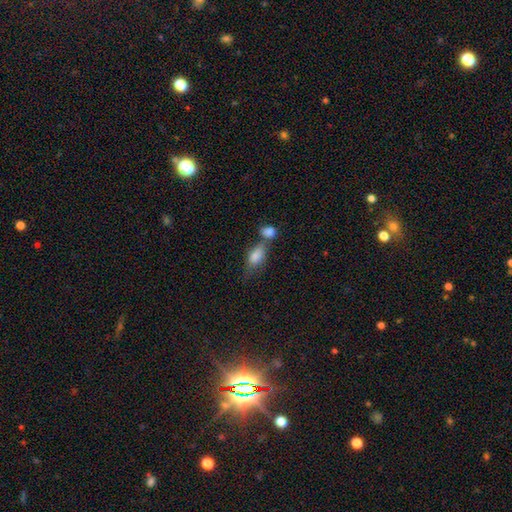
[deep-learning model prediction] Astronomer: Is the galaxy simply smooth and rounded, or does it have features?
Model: smooth — 79%.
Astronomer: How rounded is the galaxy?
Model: in between — 84%.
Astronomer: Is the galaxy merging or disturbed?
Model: merger — 45% (runner-up: none, 33%).